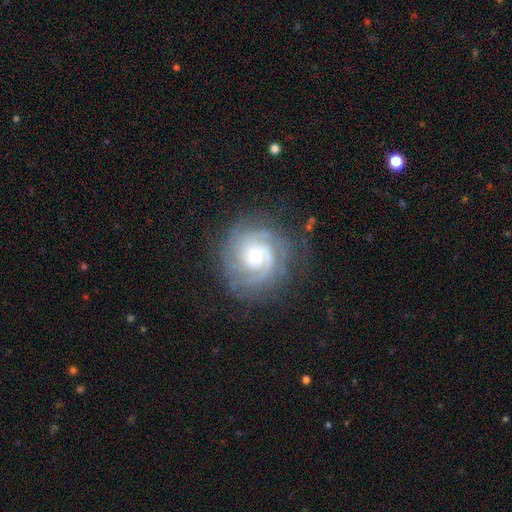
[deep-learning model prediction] A featured or disk galaxy (86%) with no bar (72%), 3 (30%) tight (72%) spiral arms (97%) and a moderate central bulge (51%). Merging: none (76%).